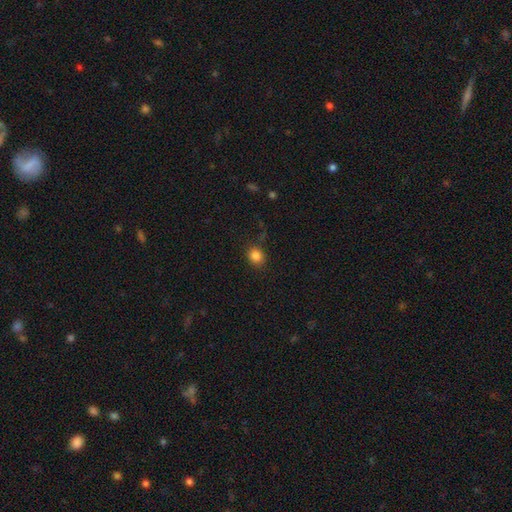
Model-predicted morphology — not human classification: Overall: smooth (84%). How rounded: round (77%). Merging: none (84%).